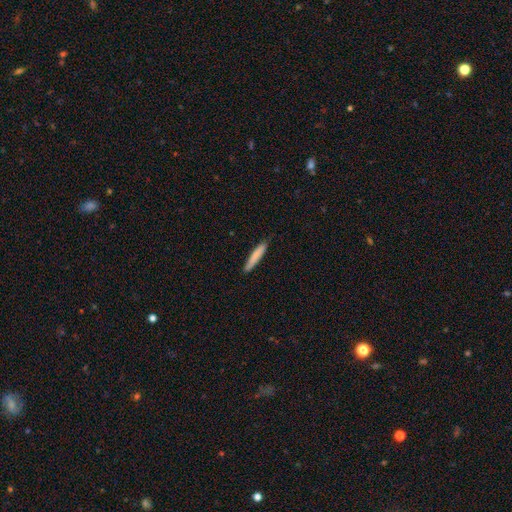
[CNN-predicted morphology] This is likely a smooth galaxy (79%). How rounded: clearly cigar-shaped (93%). Merging: clearly none (84%).